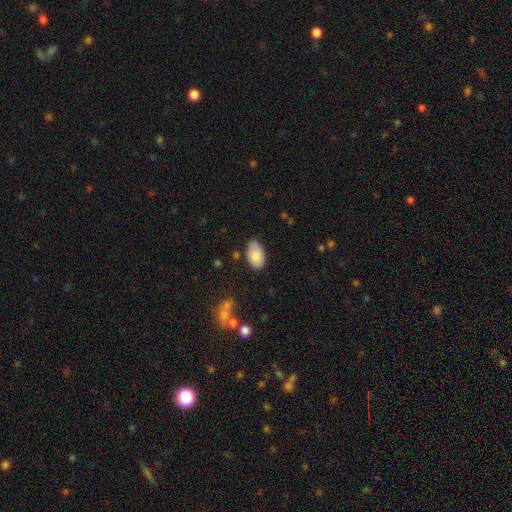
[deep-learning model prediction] This is likely a smooth galaxy (80%). How rounded: clearly in between (94%). Merging: likely none (72%).